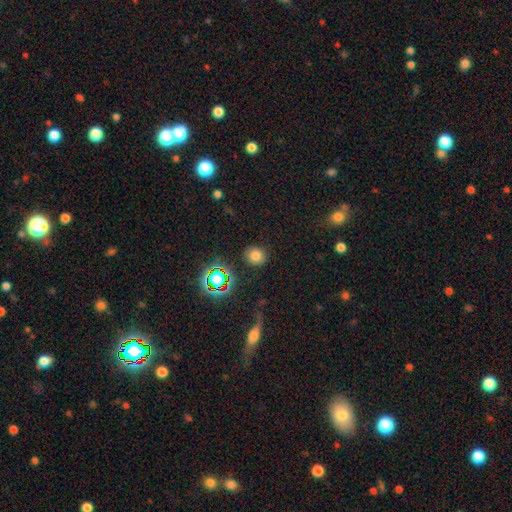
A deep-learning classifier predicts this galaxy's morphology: Smooth or featured?
  - smooth: 74% *
  - star or artifact: 18%
  - featured or disk: 8%
How rounded?
  - round: 83% *
  - in between: 16%
  - cigar-shaped: 1%
Merging?
  - none: 86% *
  - minor disturbance: 9%
  - major disturbance: 3%
  - merger: 2%